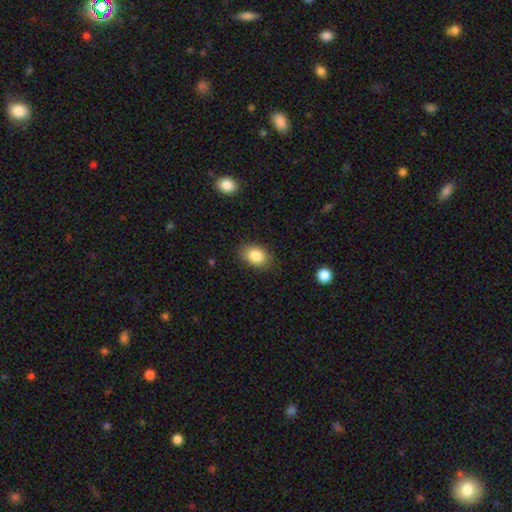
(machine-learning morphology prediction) Smooth or featured? Predicted: smooth (p=0.85). How rounded? Predicted: in between (p=0.78). Merging? Predicted: none (p=0.84).